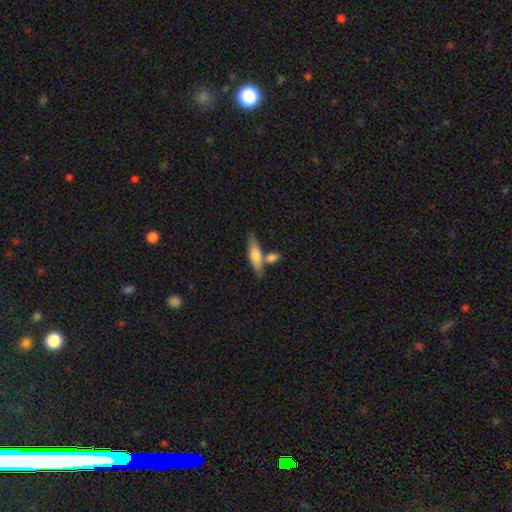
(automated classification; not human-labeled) Q: Smooth or featured?
A: smooth (64%); runner-up: featured or disk (30%)
Q: How rounded?
A: cigar-shaped (49%); runner-up: in between (47%)
Q: Merging?
A: none (53%); runner-up: merger (29%)